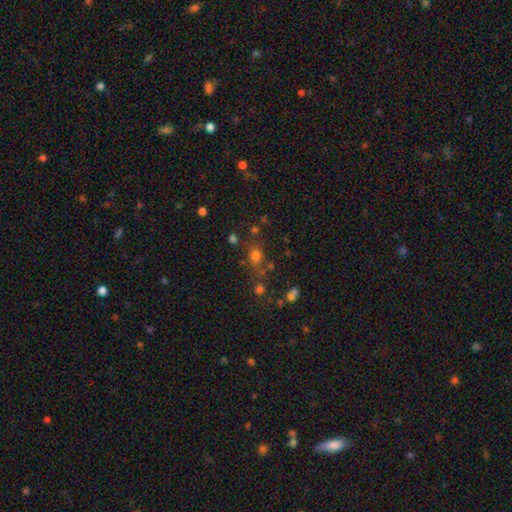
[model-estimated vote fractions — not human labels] smooth 69%, star or artifact 21%, featured or disk 9%. Down the decision tree: how rounded — round (63%); merging — none (64%).